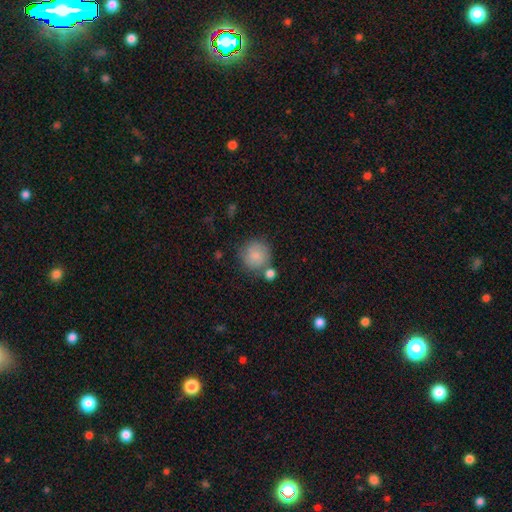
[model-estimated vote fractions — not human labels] This is clearly a smooth galaxy (80%). How rounded: clearly round (91%). Merging: likely none (66%).